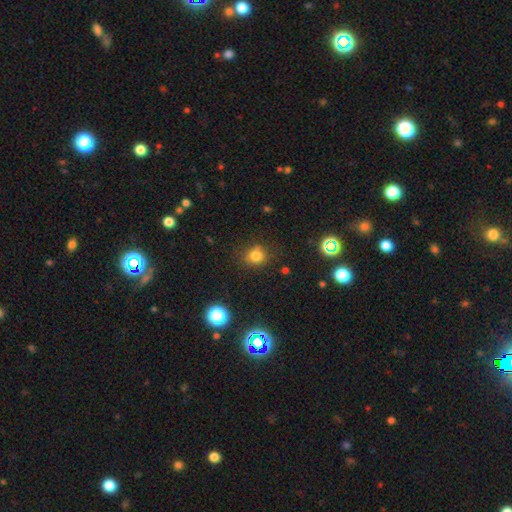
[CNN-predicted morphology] smooth 76%, star or artifact 18%, featured or disk 6%. Down the decision tree: how rounded — round (81%); merging — none (80%).